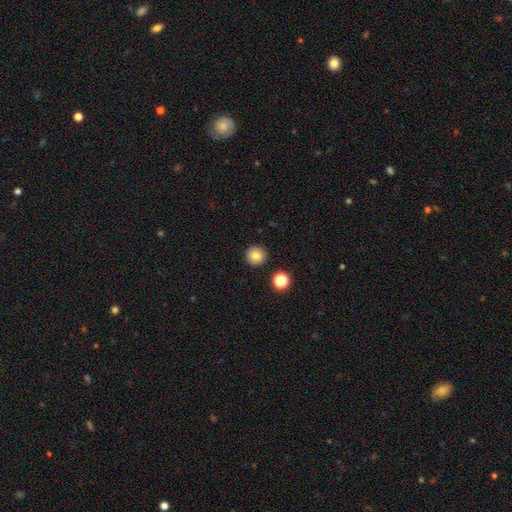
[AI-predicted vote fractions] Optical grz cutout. It shows a smooth galaxy with no disk features (81%) that is round (95%). Merging: none (91%).